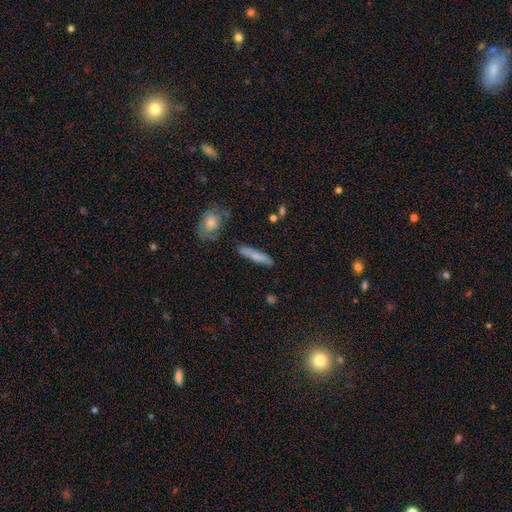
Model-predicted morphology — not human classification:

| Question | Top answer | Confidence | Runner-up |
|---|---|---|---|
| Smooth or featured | smooth | 71% | featured or disk (23%) |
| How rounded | cigar-shaped | 85% | in between (13%) |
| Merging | none | 81% | minor disturbance (13%) |